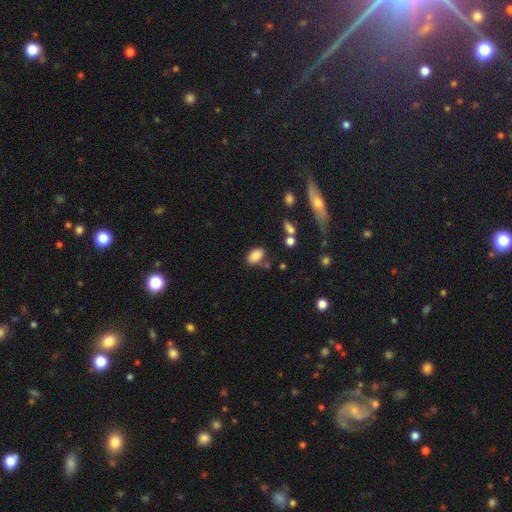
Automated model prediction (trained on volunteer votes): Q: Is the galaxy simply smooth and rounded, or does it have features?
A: smooth — 86%.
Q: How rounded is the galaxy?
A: in between — 90%.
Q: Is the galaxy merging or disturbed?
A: none — 73%.